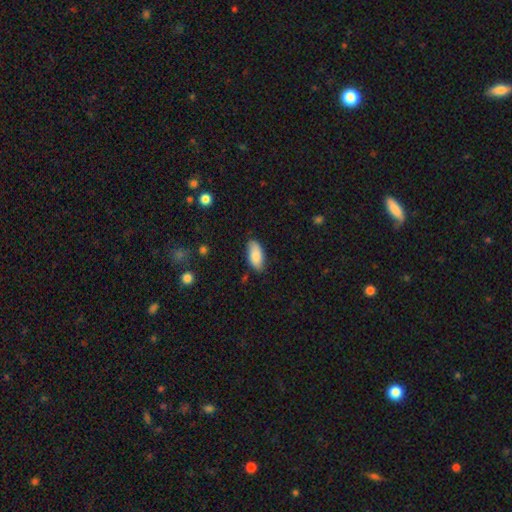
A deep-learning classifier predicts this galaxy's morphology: Smooth or featured? smooth (85%)
How rounded? in between (89%)
Merging? none (80%)